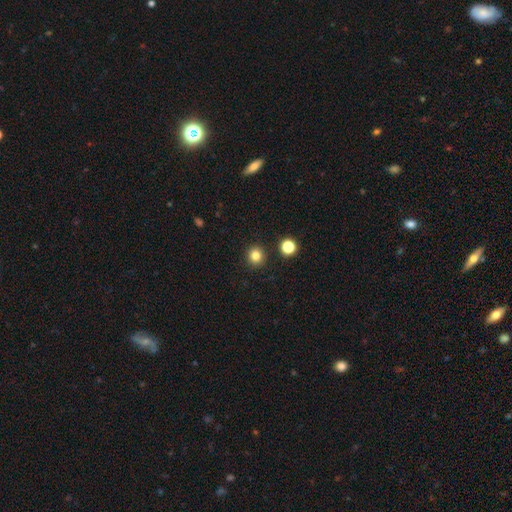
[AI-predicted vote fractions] smooth 81%, star or artifact 13%, featured or disk 5%. Down the decision tree: how rounded — round (92%); merging — none (91%).